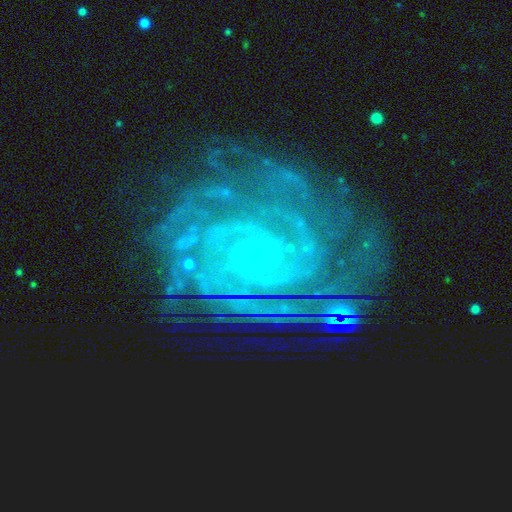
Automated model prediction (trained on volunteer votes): Morphology: type=featured or disk (77%); edge-on=no (97%); bar=no (73%); spiral arms=yes (97%); winding=tight (79%); arm count=can't tell (26%); bulge=small (86%); merging=none (75%).